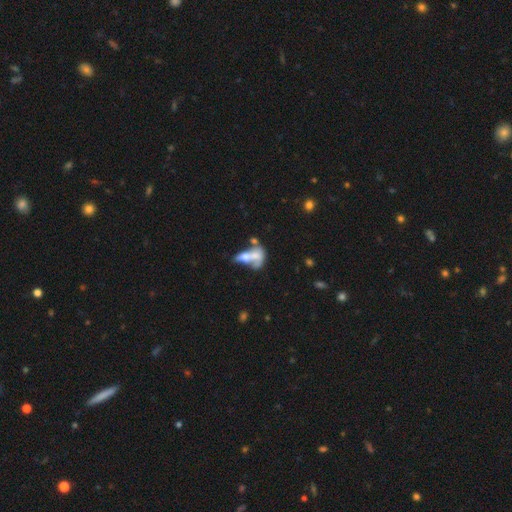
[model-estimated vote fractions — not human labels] A smooth galaxy with no disk features (50%).

Vote fractions:
- Smooth or featured? smooth: 50% / featured or disk: 40% / star or artifact: 10%
- Merging? merger: 64% / major disturbance: 14% / none: 14% / minor disturbance: 8%